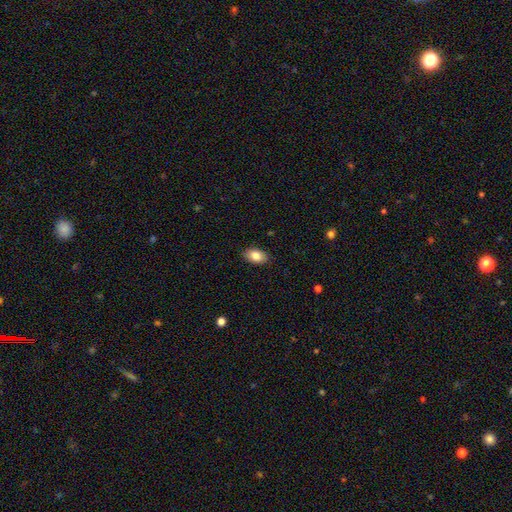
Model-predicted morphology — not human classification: This is clearly a smooth galaxy (84%). How rounded: clearly in between (90%). Merging: clearly none (88%).